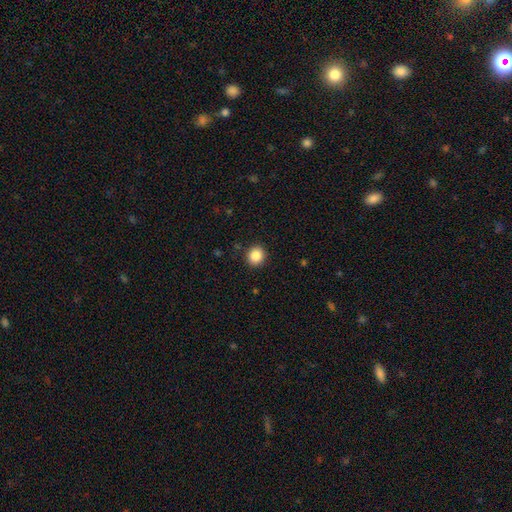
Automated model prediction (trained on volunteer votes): The model was most divided on "how rounded": round: 88%, in between: 11%, cigar-shaped: 1%. More confident: merging — none (91%); smooth or featured — smooth (87%).